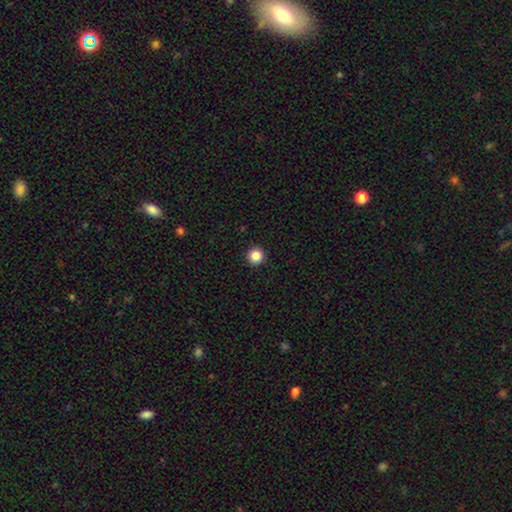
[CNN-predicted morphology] This appears to be a smooth galaxy with no disk features (87%) that is round (96%). Merging: none (93%).